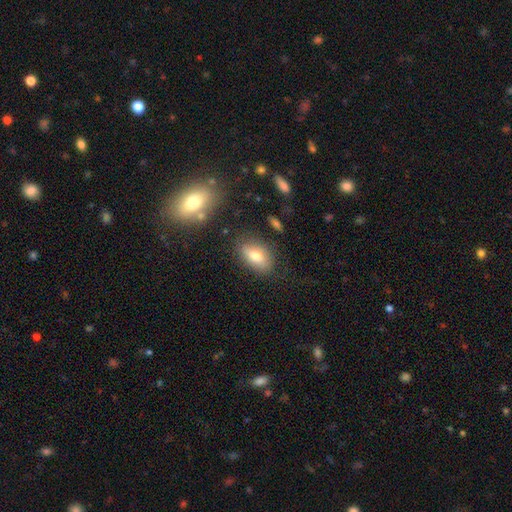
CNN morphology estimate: smooth_or_featured: smooth (p=0.72) [alt: featured or disk p=0.19]
how_rounded: in between (p=0.86) [alt: round p=0.08]
merging: none (p=0.78) [alt: minor disturbance p=0.15]